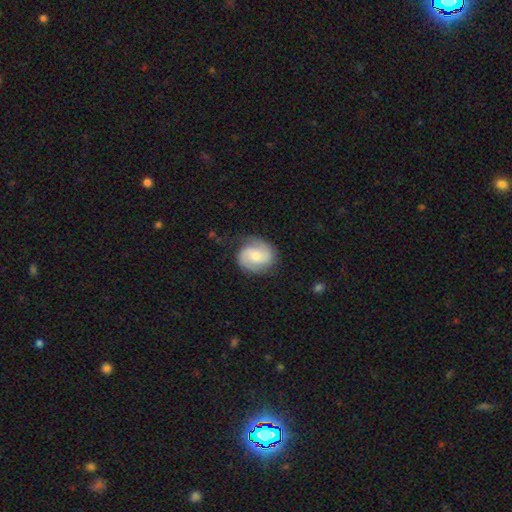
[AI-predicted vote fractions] Smooth or featured? Predicted: featured or disk (p=0.69). Edge-on disk? Predicted: no (p=0.98). Bar? Predicted: no (p=0.55). Spiral arms? Predicted: yes (p=0.95). Spiral winding? Predicted: medium (p=0.46). Spiral arm count? Predicted: 2 (p=0.86). Bulge size? Predicted: moderate (p=0.42). Merging? Predicted: none (p=0.71).